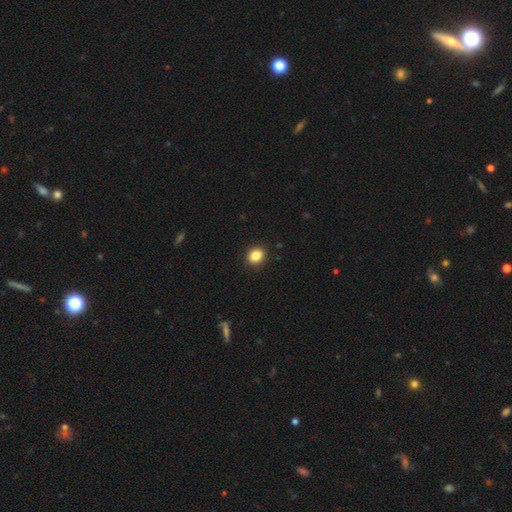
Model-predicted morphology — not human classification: smooth-or-featured: smooth: 87% | star or artifact: 9% | featured or disk: 4%
  how-rounded: round: 57% | in between: 42% | cigar-shaped: 1%
  merging: none: 91% | minor disturbance: 6% | major disturbance: 2% | merger: 1%